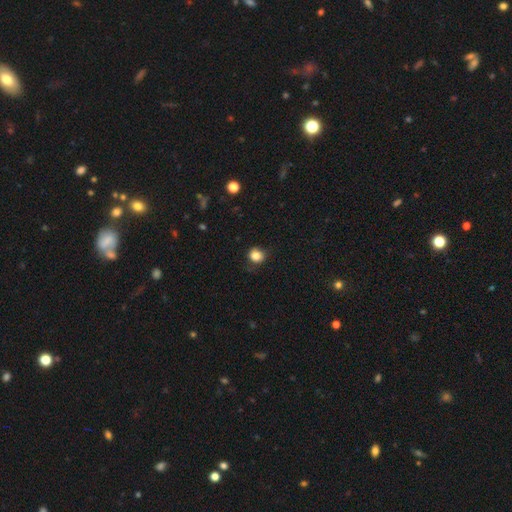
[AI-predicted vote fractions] Morphology: type=smooth (83%); roundness=round (75%); merging=none (75%).